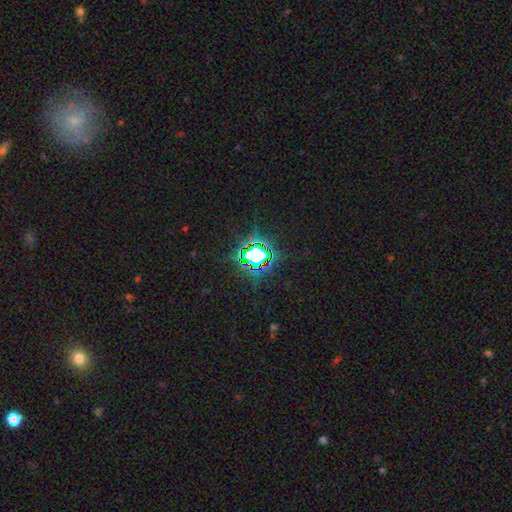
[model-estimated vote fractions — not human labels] star or artifact 77%, smooth 13%, featured or disk 10%.